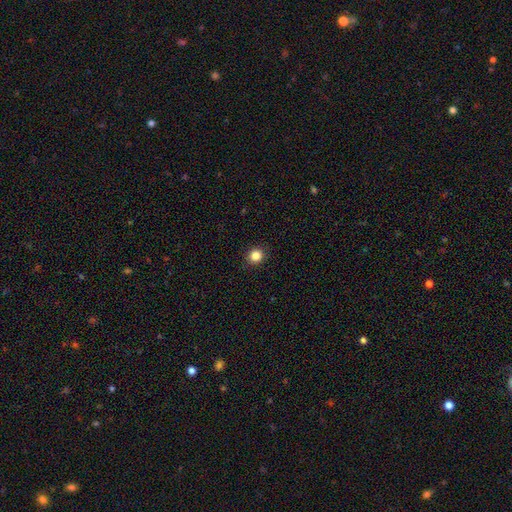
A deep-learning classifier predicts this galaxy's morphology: Smooth or featured? Predicted: smooth (p=0.85). How rounded? Predicted: round (p=0.86). Merging? Predicted: none (p=0.91).